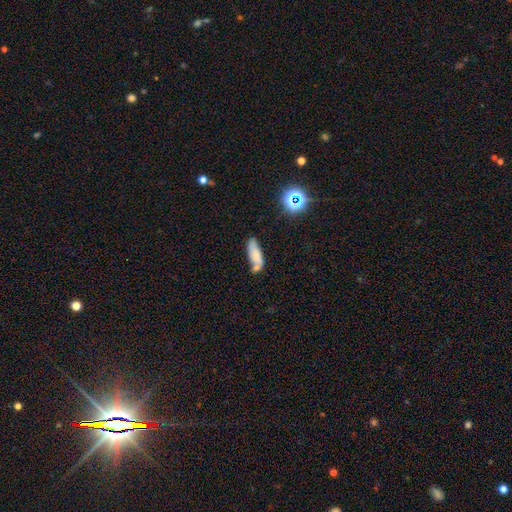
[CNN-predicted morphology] Smooth or featured?
  - smooth: 72% *
  - featured or disk: 18%
  - star or artifact: 11%
How rounded?
  - in between: 58% *
  - cigar-shaped: 39%
  - round: 3%
Merging?
  - none: 56% *
  - minor disturbance: 20%
  - merger: 19%
  - major disturbance: 6%